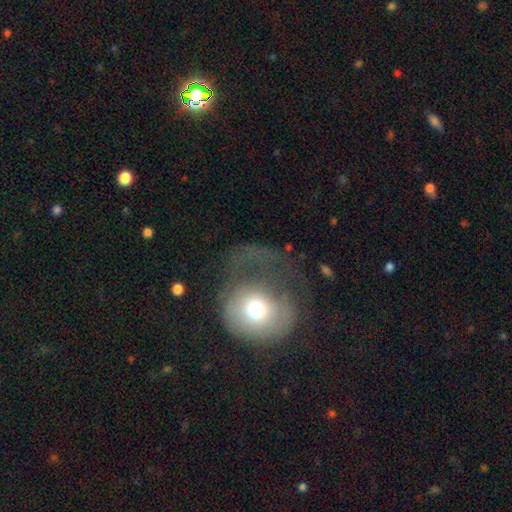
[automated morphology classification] smooth-or-featured: smooth: 51% | featured or disk: 35% | star or artifact: 14%
  how-rounded: round: 80% | in between: 19% | cigar-shaped: 1%
  merging: major disturbance: 49% | none: 27% | minor disturbance: 20% | merger: 3%